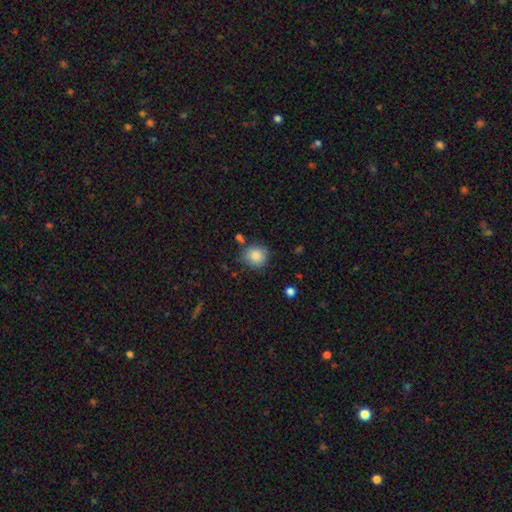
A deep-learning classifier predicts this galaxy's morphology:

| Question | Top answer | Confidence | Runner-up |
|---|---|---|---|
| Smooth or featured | smooth | 86% | star or artifact (9%) |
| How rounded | round | 86% | in between (13%) |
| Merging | none | 79% | minor disturbance (13%) |